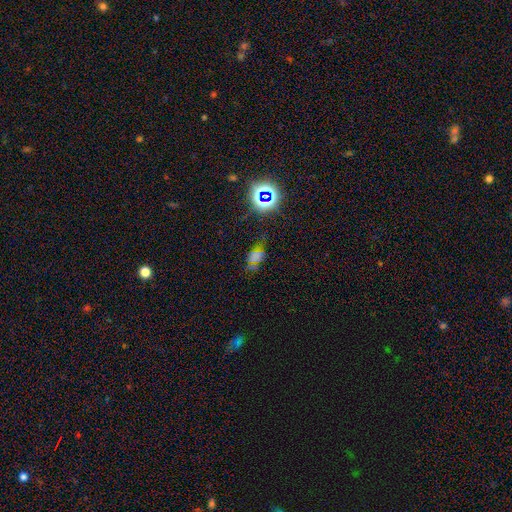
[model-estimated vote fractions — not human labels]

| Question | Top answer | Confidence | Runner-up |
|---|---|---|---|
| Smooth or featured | smooth | 46% | star or artifact (39%) |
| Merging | none | 54% | minor disturbance (25%) |